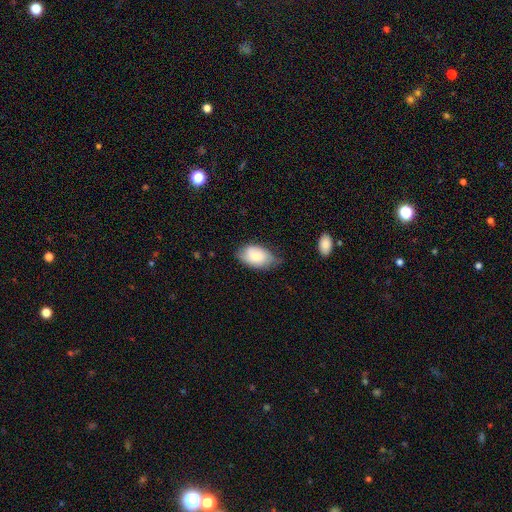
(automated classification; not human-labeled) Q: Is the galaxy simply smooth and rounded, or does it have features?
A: smooth — 70%.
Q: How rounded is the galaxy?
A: in between — 92%.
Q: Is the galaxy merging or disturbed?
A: none — 59%.